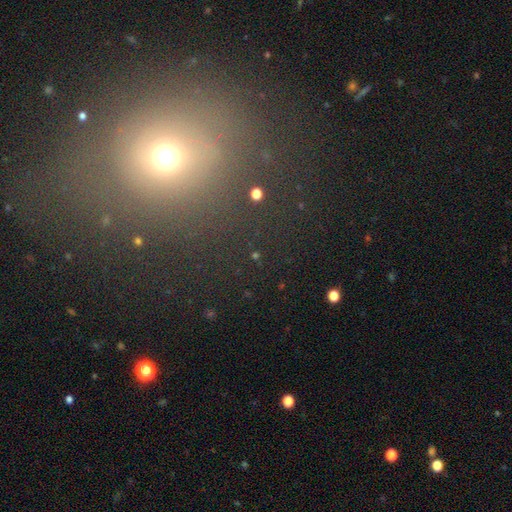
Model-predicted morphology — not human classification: A star or artifact, not a galaxy (60%).

Vote fractions:
- Smooth or featured? star or artifact: 60% / smooth: 27% / featured or disk: 13%